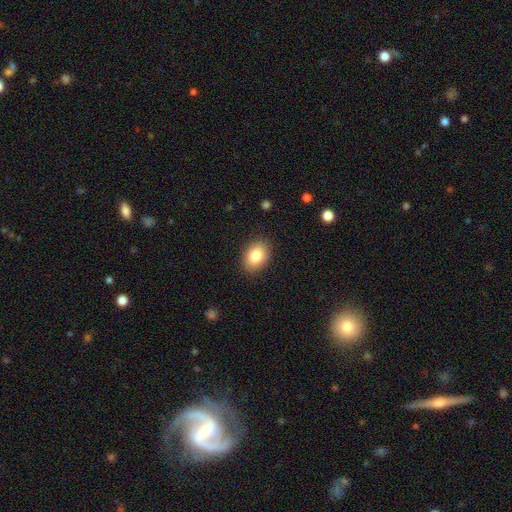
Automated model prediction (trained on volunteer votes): The model was most divided on "how rounded": in between: 74%, round: 25%, cigar-shaped: 1%. More confident: merging — none (87%); smooth or featured — smooth (83%).